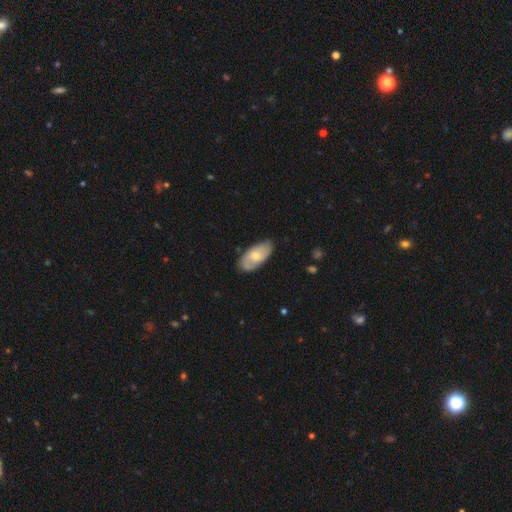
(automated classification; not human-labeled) A smooth galaxy with no disk features (54%) that is in between round and cigar-shaped (92%).

Vote fractions:
- Smooth or featured? smooth: 54% / featured or disk: 41% / star or artifact: 6%
- How rounded? in between: 92% / cigar-shaped: 5% / round: 3%
- Merging? none: 73% / minor disturbance: 21% / major disturbance: 4% / merger: 1%